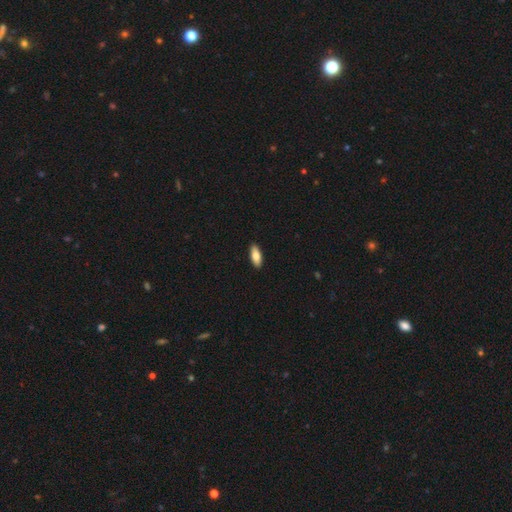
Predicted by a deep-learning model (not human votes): A smooth galaxy with no disk features (79%) that is in between round and cigar-shaped (78%).

Vote fractions:
- Smooth or featured? smooth: 79% / featured or disk: 15% / star or artifact: 6%
- How rounded? in between: 78% / cigar-shaped: 19% / round: 2%
- Merging? none: 91% / minor disturbance: 6% / major disturbance: 1% / merger: 1%